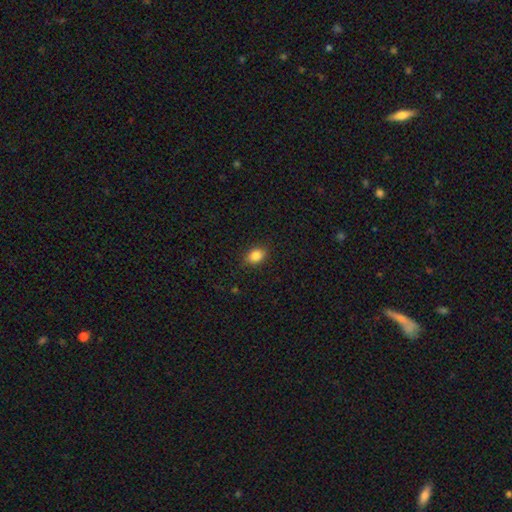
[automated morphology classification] Smooth or featured: smooth — 86% (star or artifact — 9%)
How rounded: in between — 74% (round — 25%)
Merging: none — 87% (minor disturbance — 10%)